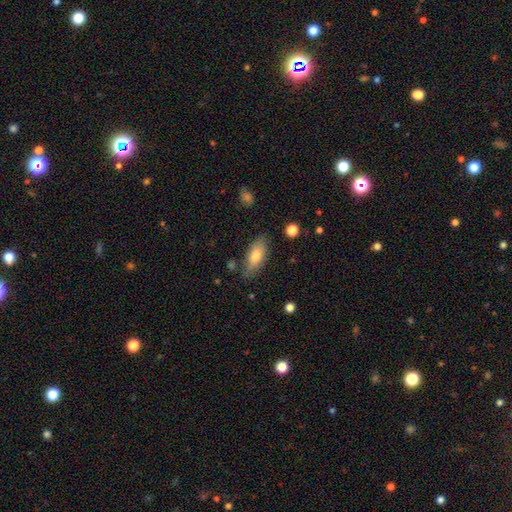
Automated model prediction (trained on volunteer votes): smooth_or_featured: smooth (p=0.74) [alt: featured or disk p=0.20]
how_rounded: in between (p=0.78) [alt: cigar-shaped p=0.20]
merging: none (p=0.77) [alt: minor disturbance p=0.16]